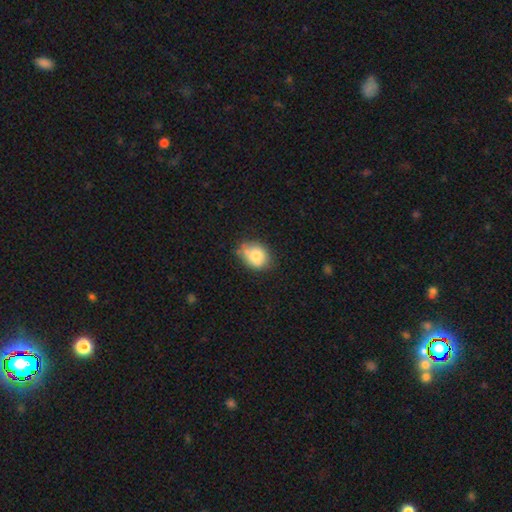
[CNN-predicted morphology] smooth_or_featured: smooth (p=0.76) [alt: featured or disk p=0.15]
how_rounded: in between (p=0.51) [alt: round p=0.48]
merging: none (p=0.56) [alt: minor disturbance p=0.31]